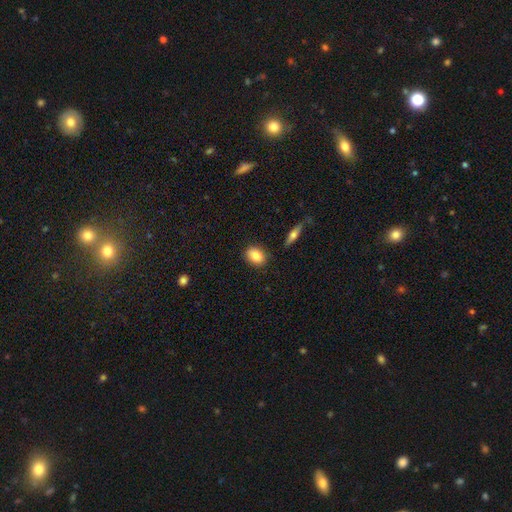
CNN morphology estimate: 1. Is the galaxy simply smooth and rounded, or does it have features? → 83% smooth, 9% featured or disk, 7% star or artifact.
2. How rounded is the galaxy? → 65% in between, 32% round, 2% cigar-shaped.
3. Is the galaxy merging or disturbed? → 86% none, 9% minor disturbance, 3% merger, 2% major disturbance.